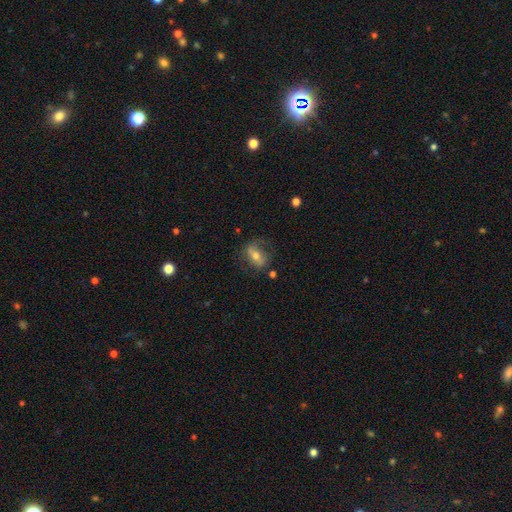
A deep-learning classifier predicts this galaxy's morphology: Smooth or featured? featured or disk (52%)
Edge-on disk? no (89%)
Merging? none (59%)